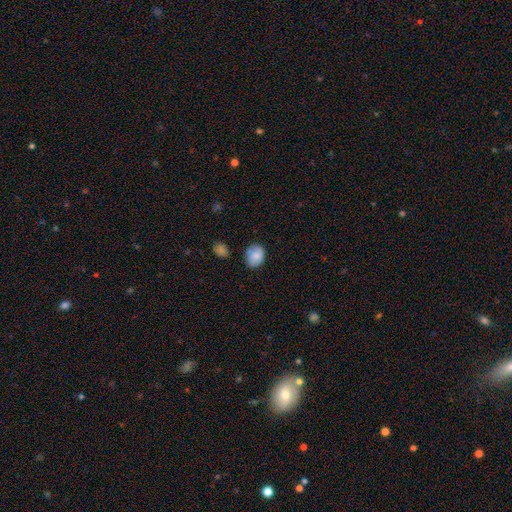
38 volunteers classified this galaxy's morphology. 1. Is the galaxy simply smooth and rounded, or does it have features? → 82% smooth, 13% featured or disk, 5% star or artifact.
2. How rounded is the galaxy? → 55% in between, 45% round, 0% cigar-shaped.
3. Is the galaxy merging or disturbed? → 86% none, 11% minor disturbance, 3% major disturbance, 0% merger.